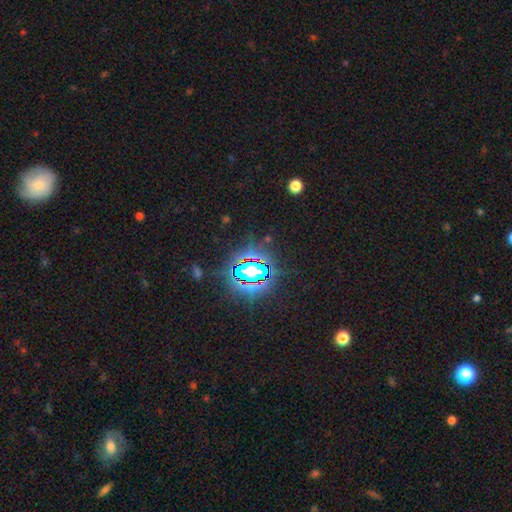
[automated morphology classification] A star or artifact, not a galaxy (82%).

Vote fractions:
- Smooth or featured? star or artifact: 82% / smooth: 11% / featured or disk: 7%